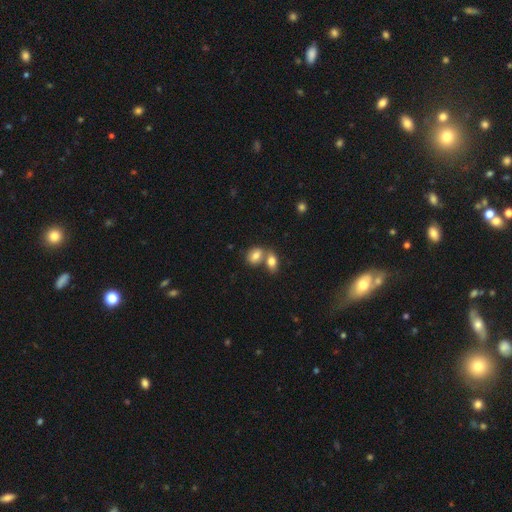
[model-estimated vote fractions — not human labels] smooth_or_featured: smooth (p=0.79) [alt: featured or disk p=0.12]
how_rounded: in between (p=0.79) [alt: round p=0.19]
merging: merger (p=0.49) [alt: none p=0.38]